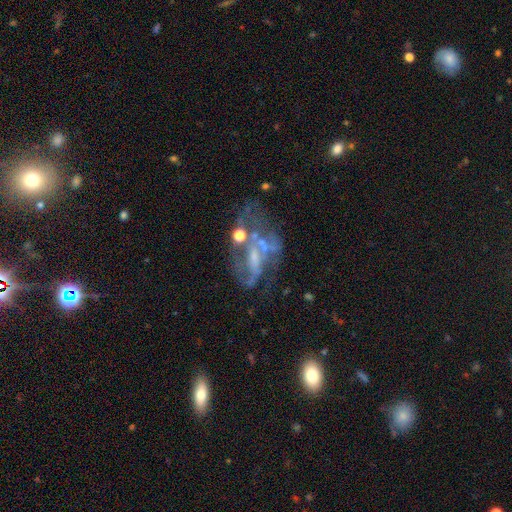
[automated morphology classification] A featured or disk galaxy (69%) with no bar (51%), no spiral arms (52%) and no central bulge (43%). Merging: major disturbance (37%).